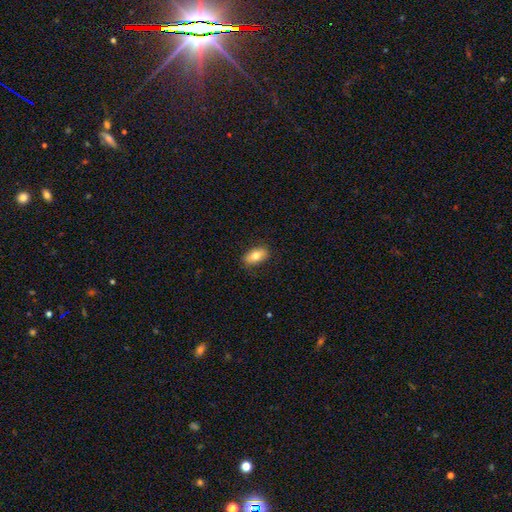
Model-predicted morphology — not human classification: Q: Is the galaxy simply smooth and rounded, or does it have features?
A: smooth — 76%.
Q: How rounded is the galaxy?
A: in between — 90%.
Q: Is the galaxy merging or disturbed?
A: none — 84%.